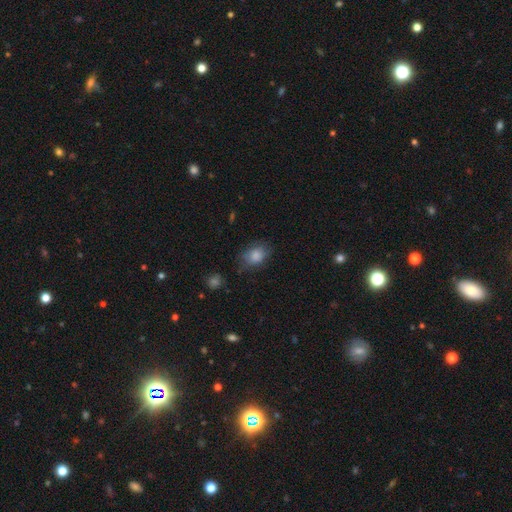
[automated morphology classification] A smooth galaxy with no disk features (83%) that is in between round and cigar-shaped (72%). Merging: none (67%).